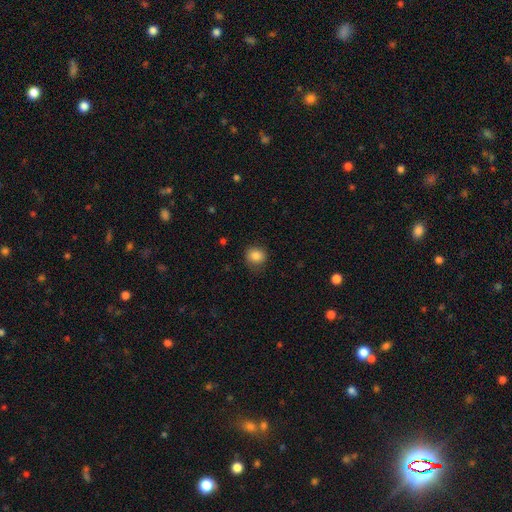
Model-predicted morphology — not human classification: smooth 84%, star or artifact 10%, featured or disk 6%. Down the decision tree: how rounded — round (80%); merging — none (78%).